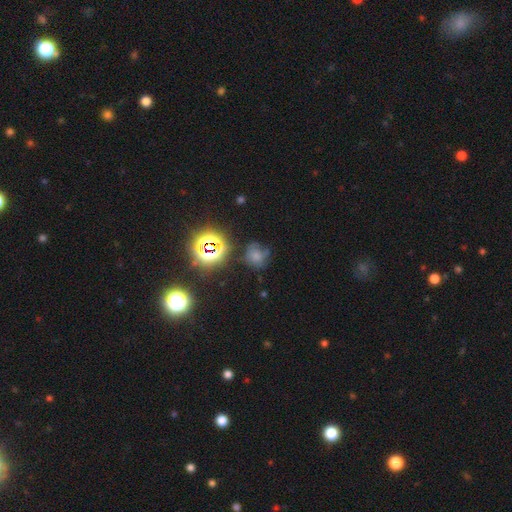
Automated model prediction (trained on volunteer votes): smooth 53%, star or artifact 31%, featured or disk 16%. Down the decision tree: how rounded — round (78%); merging — none (56%).